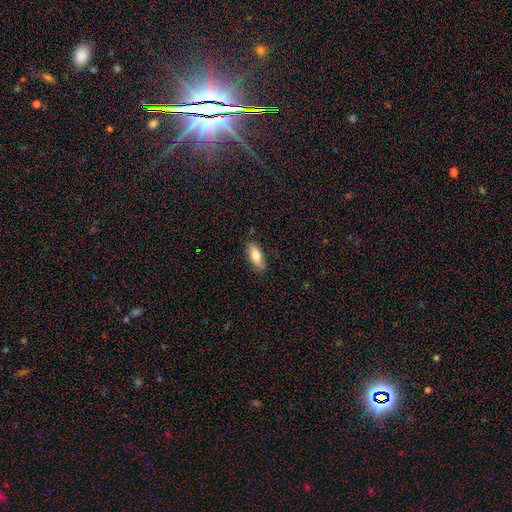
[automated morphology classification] smooth-or-featured: smooth: 74% | featured or disk: 20% | star or artifact: 6%
  how-rounded: in between: 77% | cigar-shaped: 21% | round: 3%
  merging: none: 83% | minor disturbance: 14% | major disturbance: 2% | merger: 1%